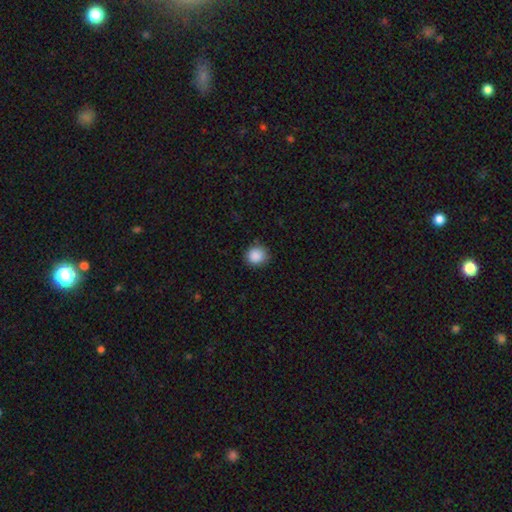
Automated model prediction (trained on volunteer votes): A smooth galaxy with no disk features (88%) that is round (90%).

Vote fractions:
- Smooth or featured? smooth: 88% / star or artifact: 9% / featured or disk: 3%
- How rounded? round: 90% / in between: 9% / cigar-shaped: 1%
- Merging? none: 86% / minor disturbance: 10% / major disturbance: 2% / merger: 1%